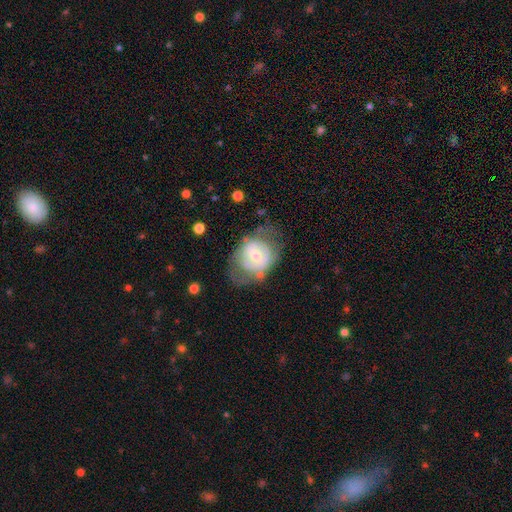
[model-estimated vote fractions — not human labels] This is possibly a featured or disk galaxy (52%). It is clearly not viewed edge-on (96%). Merging: marginally none (44%).